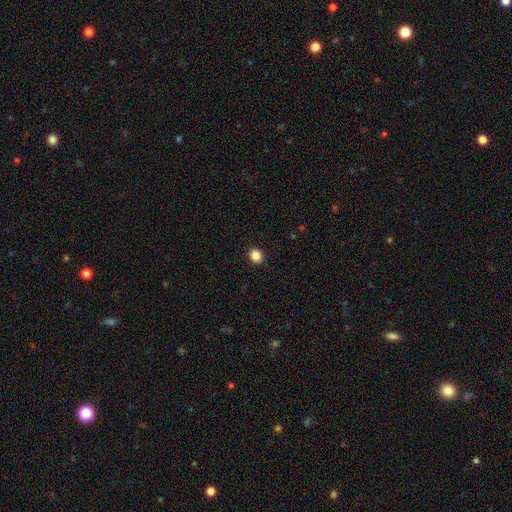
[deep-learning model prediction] Smooth or featured? Predicted: smooth (p=0.85). How rounded? Predicted: round (p=0.73). Merging? Predicted: none (p=0.92).